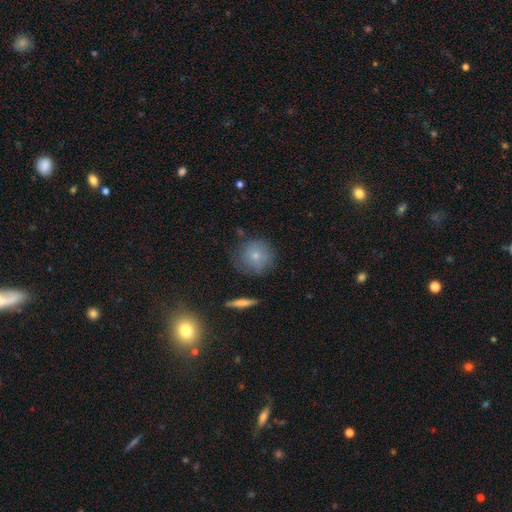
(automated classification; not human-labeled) Overall: smooth (74%). How rounded: round (91%). Merging: none (73%).